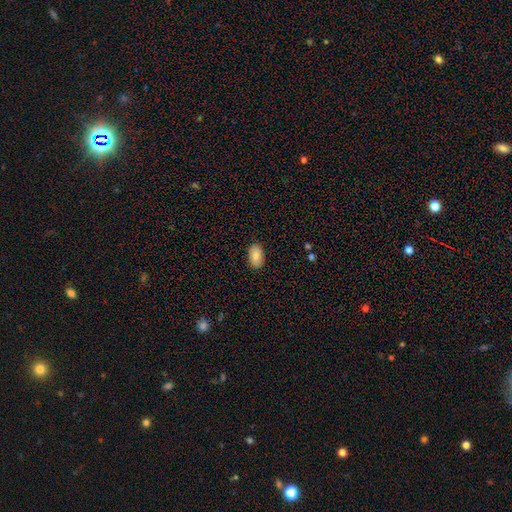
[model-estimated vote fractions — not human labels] Overall: smooth (85%). How rounded: in between (93%). Merging: none (89%).